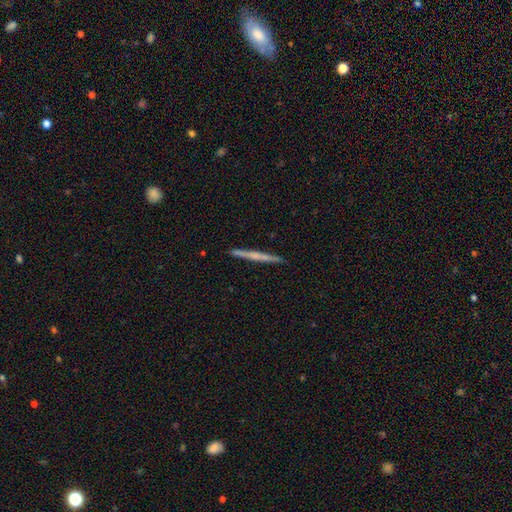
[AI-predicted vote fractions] This is possibly a featured or disk galaxy (57%). It is clearly viewed edge-on (98%). Edge-on bulge: likely none (64%). Merging: clearly none (92%).